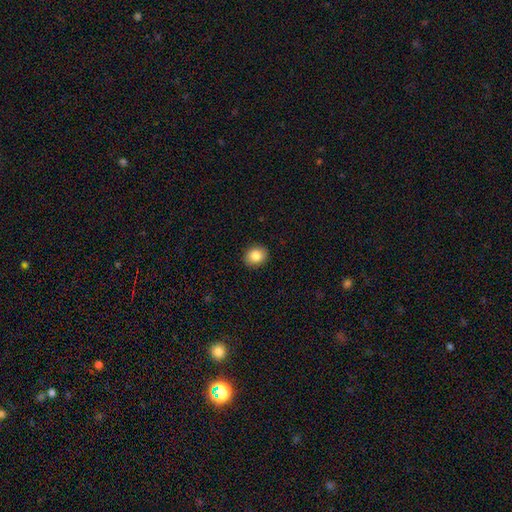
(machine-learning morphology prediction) Smooth or featured? smooth (86%)
How rounded? round (64%)
Merging? none (90%)